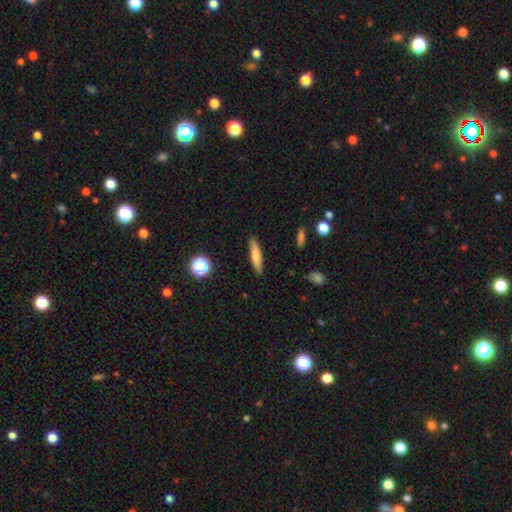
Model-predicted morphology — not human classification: smooth-or-featured: smooth: 75% | featured or disk: 17% | star or artifact: 8%
  how-rounded: cigar-shaped: 83% | in between: 15% | round: 2%
  merging: none: 89% | minor disturbance: 8% | major disturbance: 2% | merger: 1%